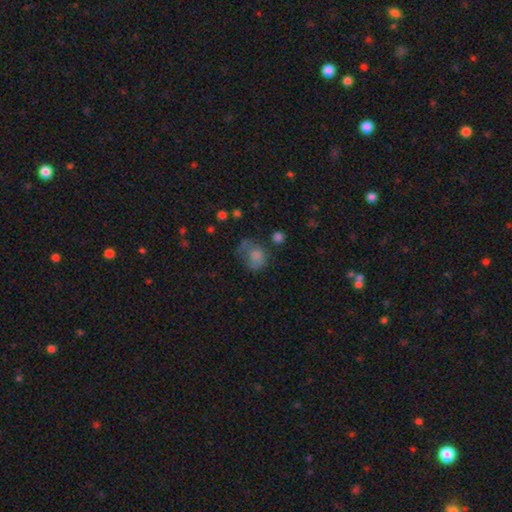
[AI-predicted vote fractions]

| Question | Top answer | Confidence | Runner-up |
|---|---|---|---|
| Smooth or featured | smooth | 71% | featured or disk (17%) |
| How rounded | round | 58% | in between (41%) |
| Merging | none | 36% | major disturbance (30%) |